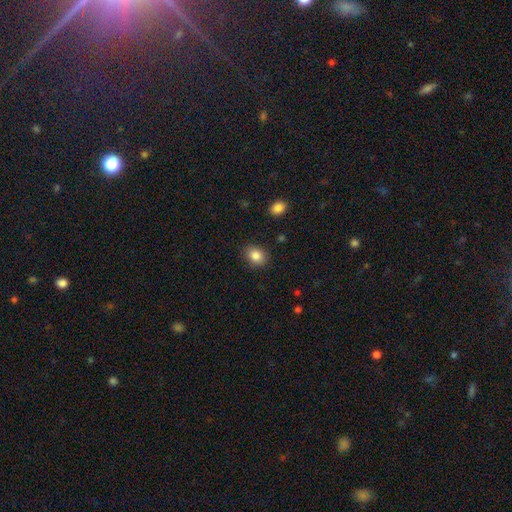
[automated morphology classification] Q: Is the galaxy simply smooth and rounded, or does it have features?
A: smooth — 85%.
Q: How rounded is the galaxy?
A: in between — 50%, tied with round.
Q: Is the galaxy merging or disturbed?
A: none — 86%.